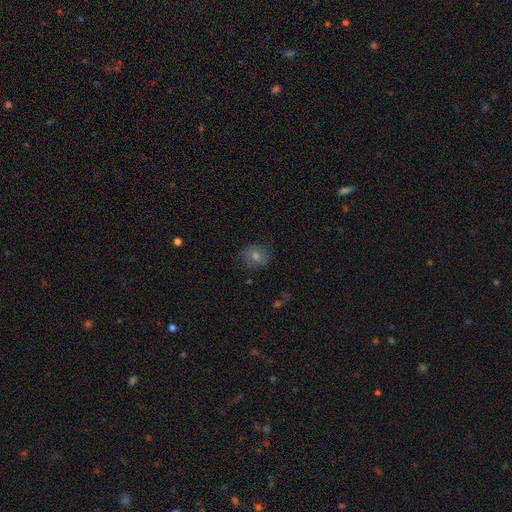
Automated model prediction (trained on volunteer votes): Smooth or featured: smooth — 56% (featured or disk — 25%)
How rounded: round — 77% (in between — 22%)
Merging: none — 82% (minor disturbance — 12%)